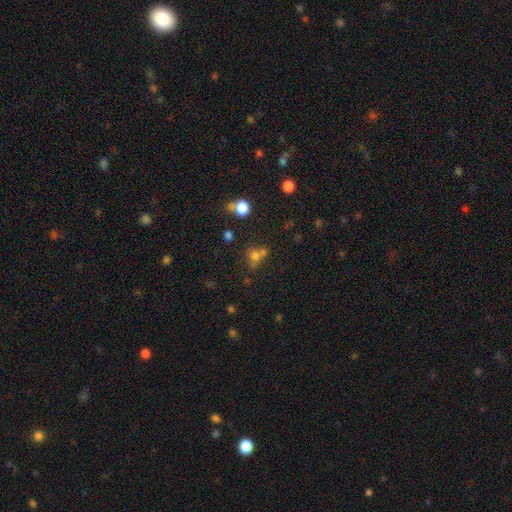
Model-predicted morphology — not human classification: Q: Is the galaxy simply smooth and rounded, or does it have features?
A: smooth — 68%.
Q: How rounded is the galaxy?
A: round — 68%.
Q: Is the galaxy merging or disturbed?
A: none — 42%.